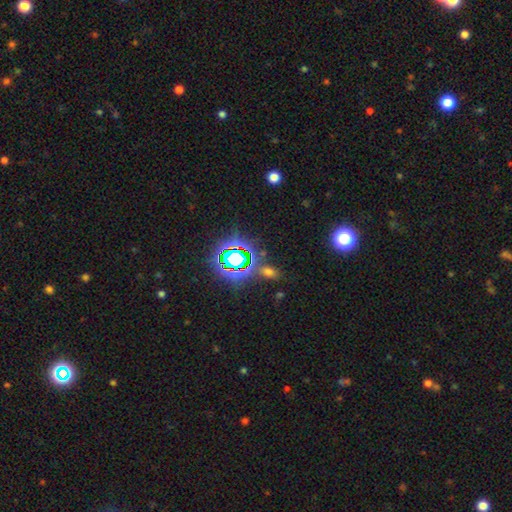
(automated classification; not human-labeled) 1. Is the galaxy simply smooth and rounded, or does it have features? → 78% star or artifact, 14% smooth, 8% featured or disk.